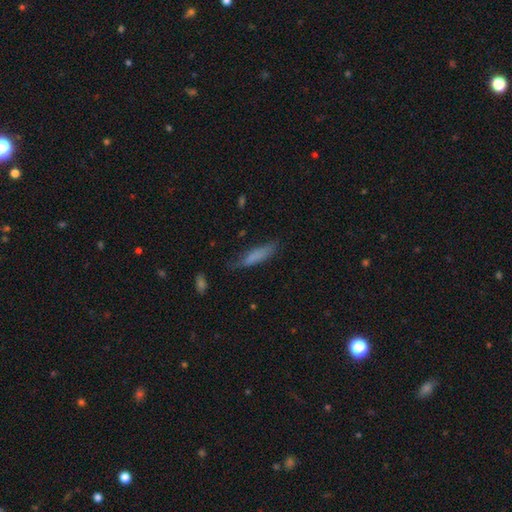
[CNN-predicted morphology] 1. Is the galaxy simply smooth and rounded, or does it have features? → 73% smooth, 19% featured or disk, 8% star or artifact.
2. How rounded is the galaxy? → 79% cigar-shaped, 19% in between, 2% round.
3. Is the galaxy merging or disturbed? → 65% none, 25% minor disturbance, 7% major disturbance, 2% merger.